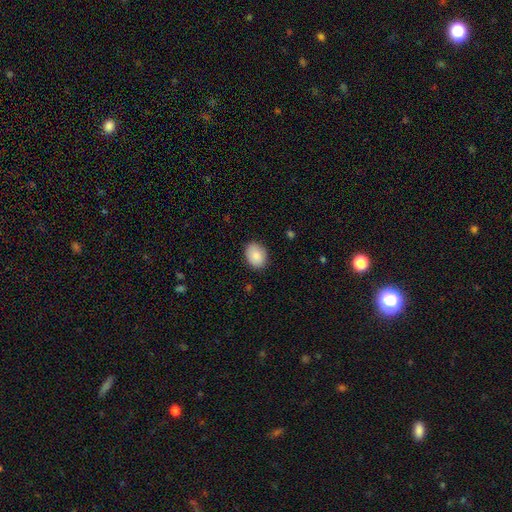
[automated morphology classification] This is clearly a smooth galaxy (88%). How rounded: likely in between (68%). Merging: clearly none (86%).